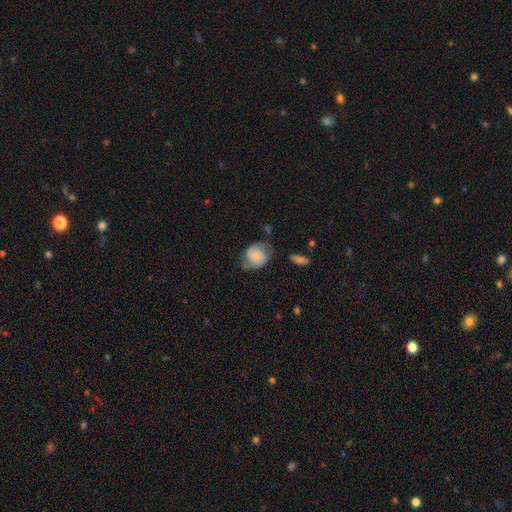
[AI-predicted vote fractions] Smooth or featured?
  - smooth: 50% *
  - featured or disk: 42%
  - star or artifact: 8%
Merging?
  - none: 50% *
  - minor disturbance: 32%
  - major disturbance: 15%
  - merger: 4%